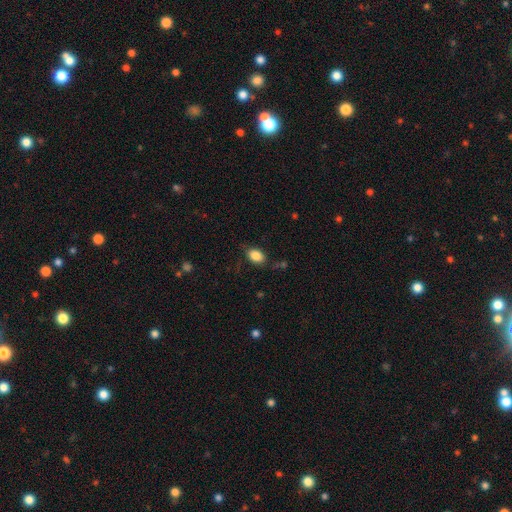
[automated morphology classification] Smooth or featured?
  - smooth: 86% *
  - star or artifact: 9%
  - featured or disk: 6%
How rounded?
  - in between: 82% *
  - round: 17%
  - cigar-shaped: 1%
Merging?
  - none: 76% *
  - minor disturbance: 17%
  - major disturbance: 5%
  - merger: 2%